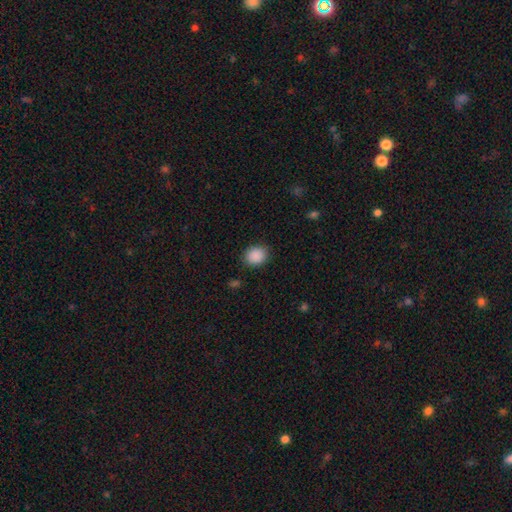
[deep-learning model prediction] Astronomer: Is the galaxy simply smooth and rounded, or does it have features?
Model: smooth — 89%.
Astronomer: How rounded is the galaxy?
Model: round — 67%.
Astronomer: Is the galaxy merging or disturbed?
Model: none — 87%.